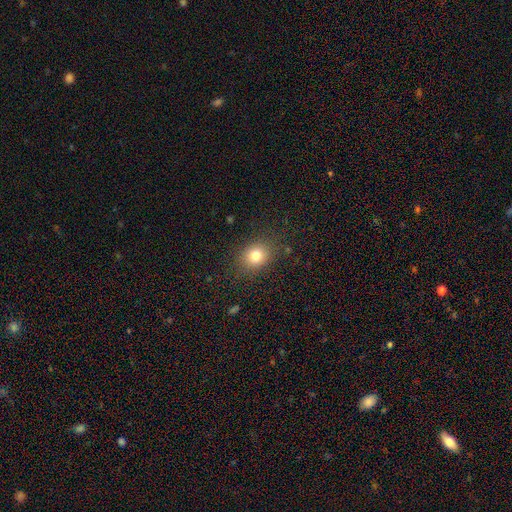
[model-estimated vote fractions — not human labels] Smooth or featured?
  - smooth: 80% *
  - star or artifact: 12%
  - featured or disk: 8%
How rounded?
  - round: 53% *
  - in between: 46%
  - cigar-shaped: 1%
Merging?
  - none: 84% *
  - minor disturbance: 11%
  - major disturbance: 4%
  - merger: 1%